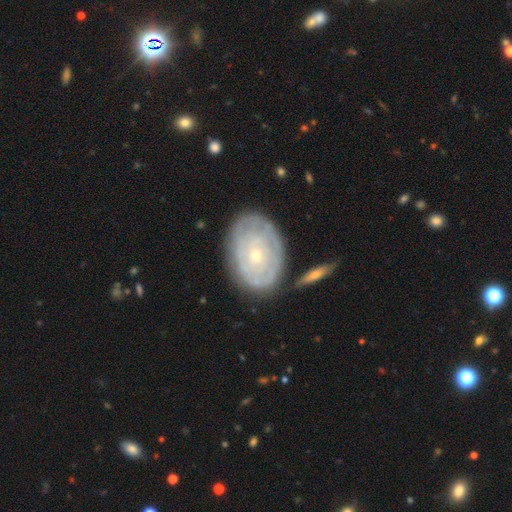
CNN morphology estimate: type=featured or disk (71%); edge-on=no (95%); bar=no (86%); spiral arms=yes (68%); bulge=small (75%); merging=none (74%).